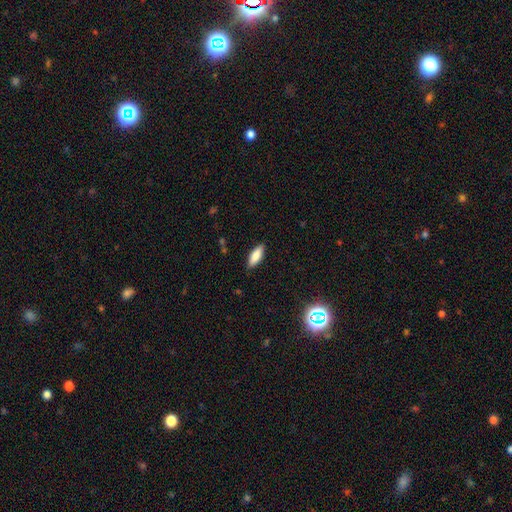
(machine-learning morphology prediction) This appears to be a smooth galaxy with no disk features (82%) that is in between round and cigar-shaped (68%). Merging: none (88%).